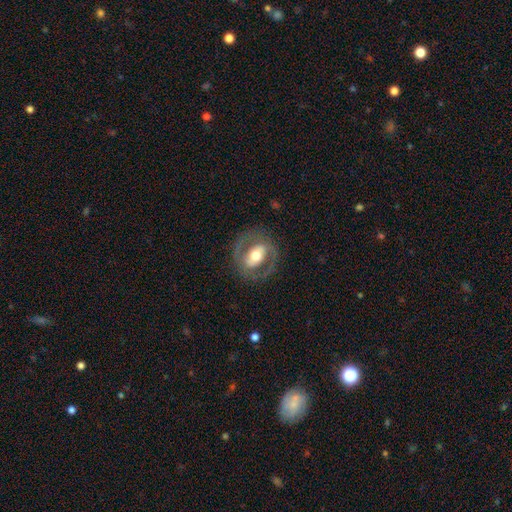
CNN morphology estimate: Smooth or featured?
  - featured or disk: 70% *
  - smooth: 24%
  - star or artifact: 6%
Edge-on disk?
  - no: 95% *
  - yes: 5%
Bar?
  - strong: 34% * (tied)
  - no: 34% * (tied)
  - weak: 32%
Spiral arms?
  - yes: 62% *
  - no: 38%
Bulge size?
  - moderate: 64% *
  - large: 23%
  - small: 9%
  - dominant: 2%
  - none: 1%
Merging?
  - none: 77% *
  - minor disturbance: 13%
  - major disturbance: 9%
  - merger: 1%